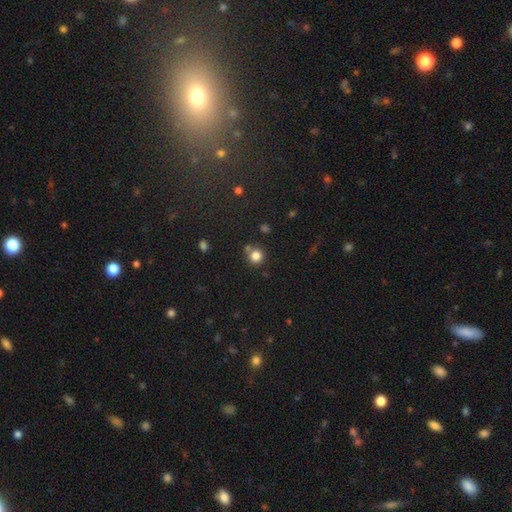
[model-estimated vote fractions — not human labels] A smooth galaxy with no disk features (81%) that is round (92%).

Vote fractions:
- Smooth or featured? smooth: 81% / star or artifact: 13% / featured or disk: 6%
- How rounded? round: 92% / in between: 7% / cigar-shaped: 1%
- Merging? none: 72% / merger: 16% / minor disturbance: 9% / major disturbance: 3%